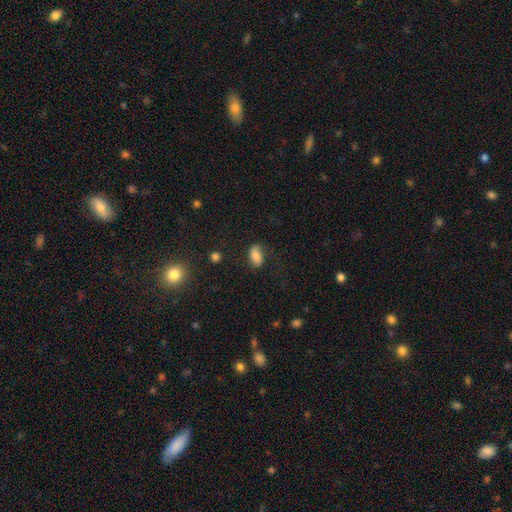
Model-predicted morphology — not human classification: Overall: smooth (77%). How rounded: in between (91%). Merging: none (73%).